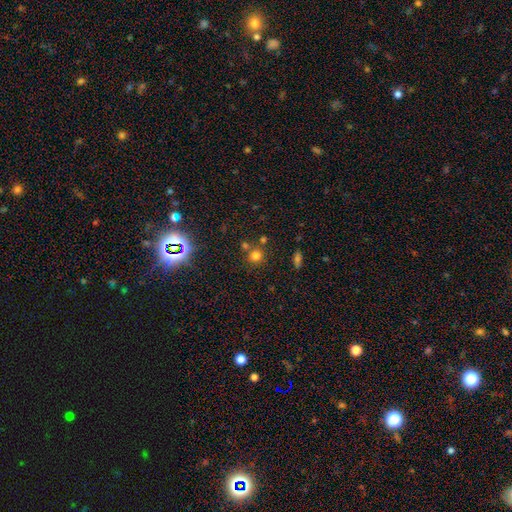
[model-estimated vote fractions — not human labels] A smooth galaxy with no disk features (70%) that is round (90%). Merging: none (68%).